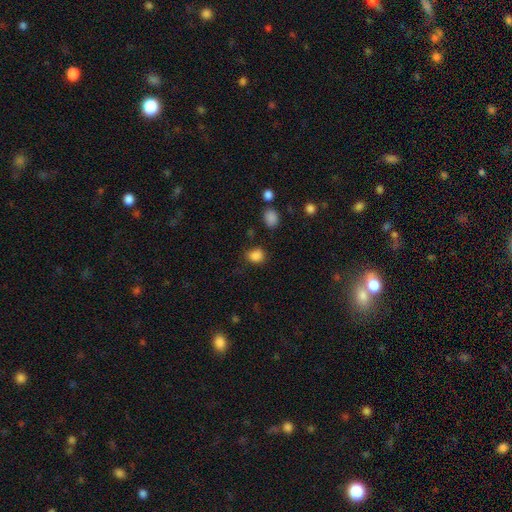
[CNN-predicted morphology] smooth-or-featured: smooth: 84% | star or artifact: 12% | featured or disk: 4%
  how-rounded: round: 59% | in between: 40% | cigar-shaped: 1%
  merging: none: 72% | minor disturbance: 19% | major disturbance: 6% | merger: 3%